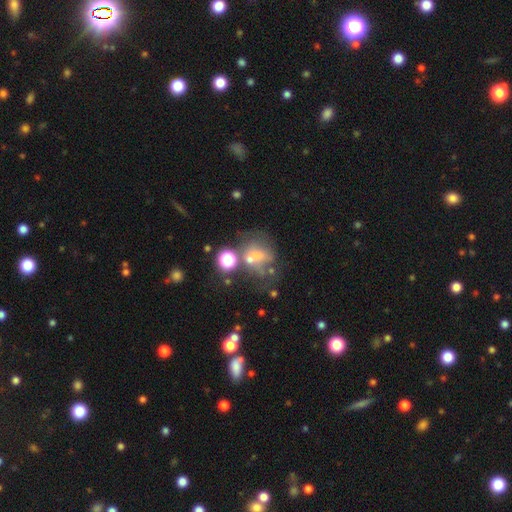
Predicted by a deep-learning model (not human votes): Smooth or featured? Predicted: smooth (p=0.38). Merging? Predicted: none (p=0.33).